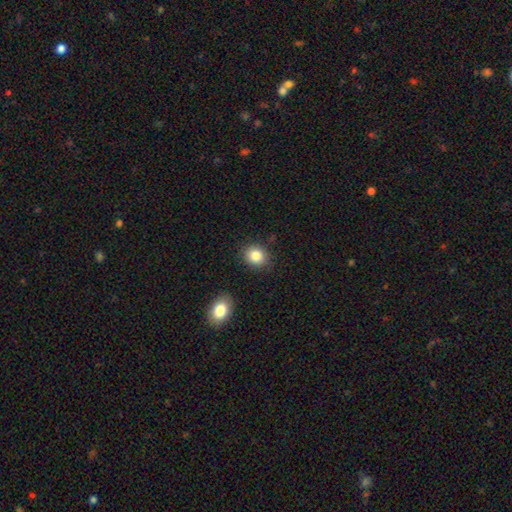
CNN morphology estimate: Smooth or featured: smooth — 85% (star or artifact — 10%)
How rounded: round — 69% (in between — 31%)
Merging: none — 85% (minor disturbance — 10%)